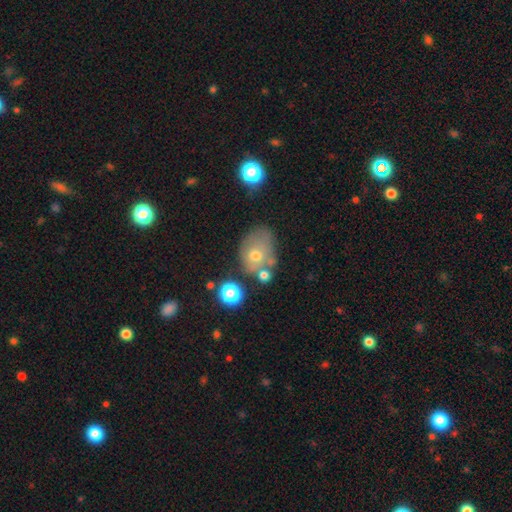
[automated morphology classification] Smooth or featured?
  - smooth: 59% *
  - featured or disk: 29%
  - star or artifact: 12%
How rounded?
  - in between: 62% *
  - round: 37%
  - cigar-shaped: 1%
Merging?
  - none: 45% *
  - minor disturbance: 25%
  - merger: 18%
  - major disturbance: 12%